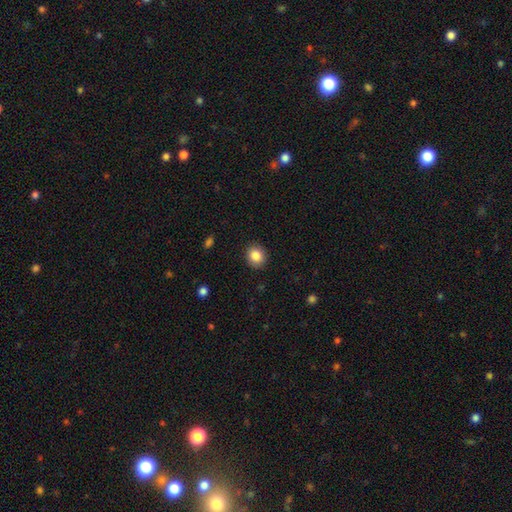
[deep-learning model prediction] Smooth or featured: smooth — 86% (star or artifact — 9%)
How rounded: round — 73% (in between — 26%)
Merging: none — 90% (minor disturbance — 7%)